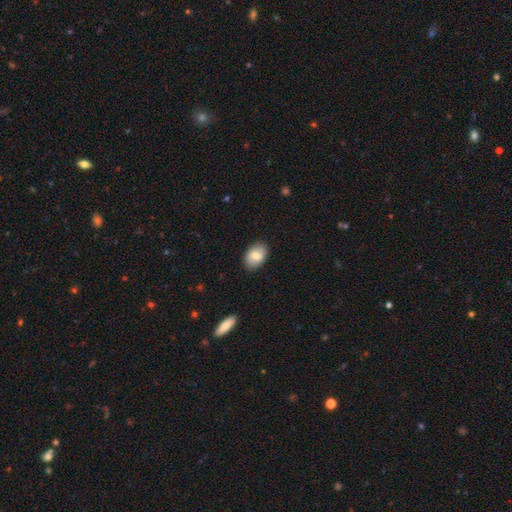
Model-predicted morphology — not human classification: smooth-or-featured: smooth: 79% | featured or disk: 15% | star or artifact: 6%
  how-rounded: in between: 89% | round: 10% | cigar-shaped: 1%
  merging: none: 87% | minor disturbance: 10% | major disturbance: 2% | merger: 1%